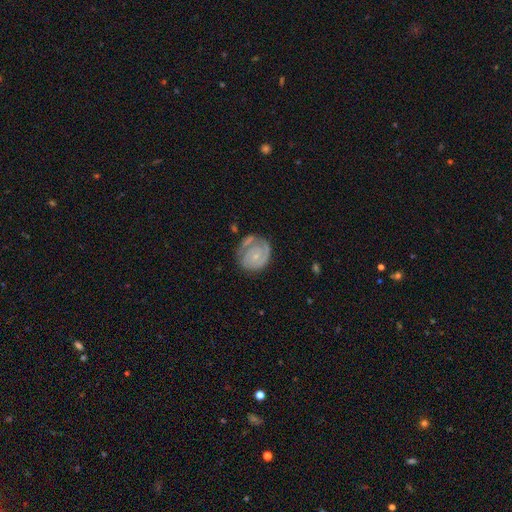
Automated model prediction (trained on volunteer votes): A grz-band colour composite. It shows a featured or disk galaxy (77%) with no bar (72%), 2 (50%) tight (67%) spiral arms (92%) and a small central bulge (74%). Merging: none (60%).